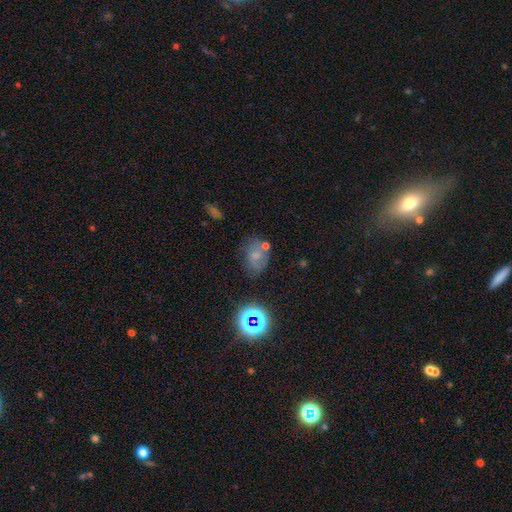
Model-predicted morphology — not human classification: A smooth galaxy with no disk features (52%) that is in between round and cigar-shaped (66%). Merging: none (52%).